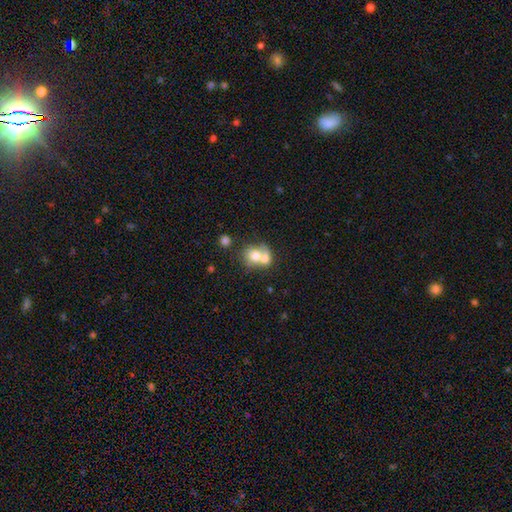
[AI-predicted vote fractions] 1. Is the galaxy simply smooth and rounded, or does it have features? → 70% smooth, 21% featured or disk, 9% star or artifact.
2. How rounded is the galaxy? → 68% round, 31% in between, 1% cigar-shaped.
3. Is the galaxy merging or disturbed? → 66% merger, 24% none, 7% minor disturbance, 4% major disturbance.